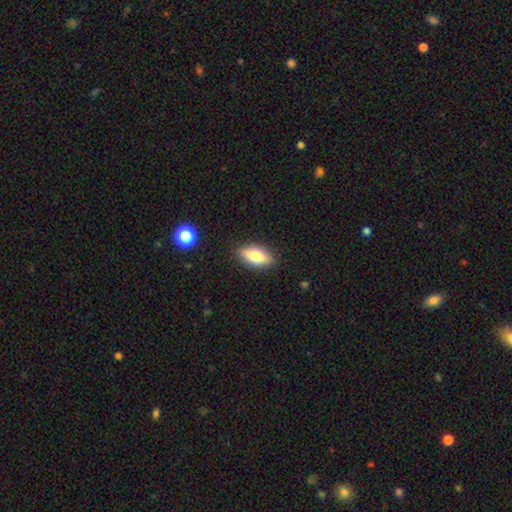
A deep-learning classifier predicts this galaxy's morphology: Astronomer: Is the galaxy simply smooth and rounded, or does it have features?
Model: smooth — 62%.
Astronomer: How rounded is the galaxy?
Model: in between — 76%.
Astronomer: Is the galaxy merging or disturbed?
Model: none — 87%.